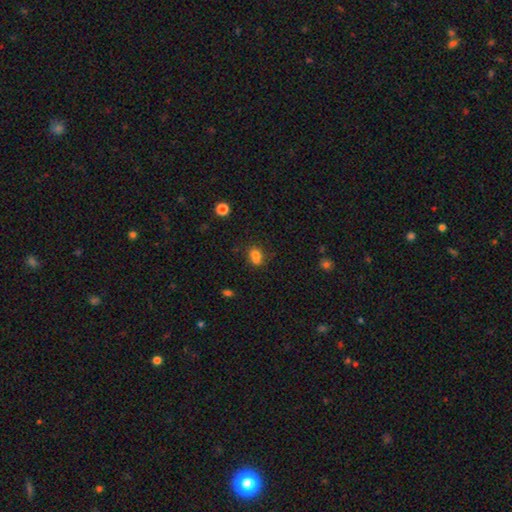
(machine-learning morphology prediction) Smooth or featured?
  - smooth: 76% *
  - star or artifact: 13%
  - featured or disk: 11%
How rounded?
  - in between: 54% *
  - round: 44%
  - cigar-shaped: 2%
Merging?
  - none: 46% *
  - merger: 32%
  - minor disturbance: 16%
  - major disturbance: 6%